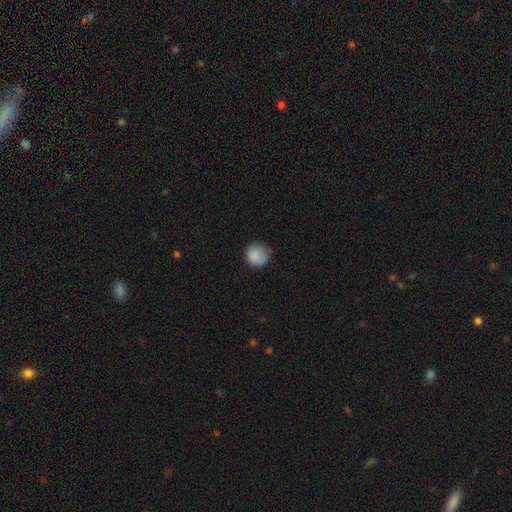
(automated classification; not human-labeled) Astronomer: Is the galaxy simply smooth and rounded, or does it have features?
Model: smooth — 85%.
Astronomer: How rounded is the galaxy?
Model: round — 88%.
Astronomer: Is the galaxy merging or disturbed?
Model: none — 70%.